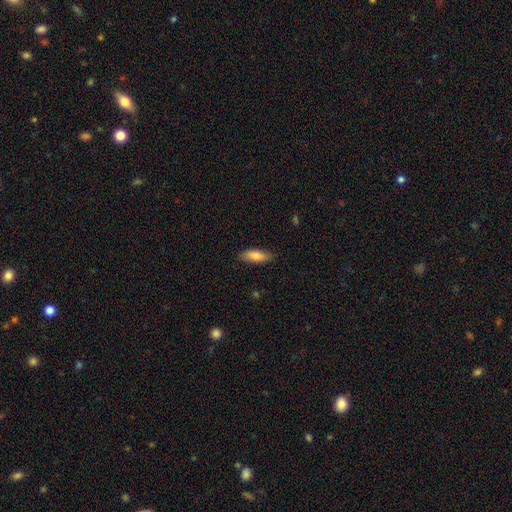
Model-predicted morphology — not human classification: type=smooth (83%); roundness=in between (64%); merging=none (85%).